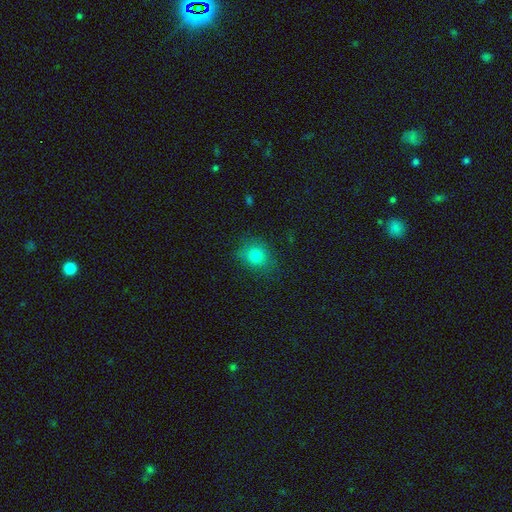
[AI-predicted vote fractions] This appears to be a smooth galaxy with no disk features (79%) that is round (66%). Merging: none (79%).